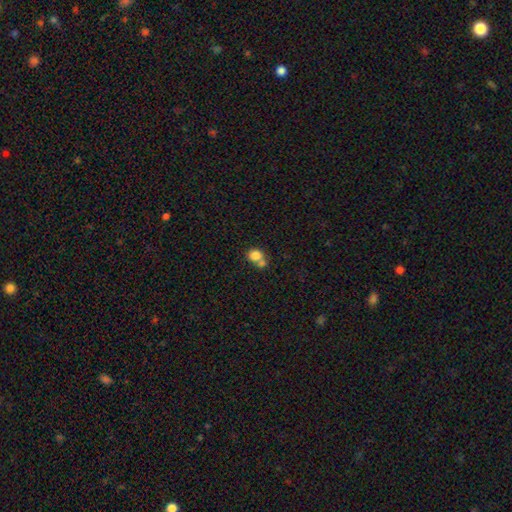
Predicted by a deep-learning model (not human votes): Smooth or featured: smooth — 81% (star or artifact — 10%)
How rounded: round — 73% (in between — 26%)
Merging: merger — 49% (none — 39%)